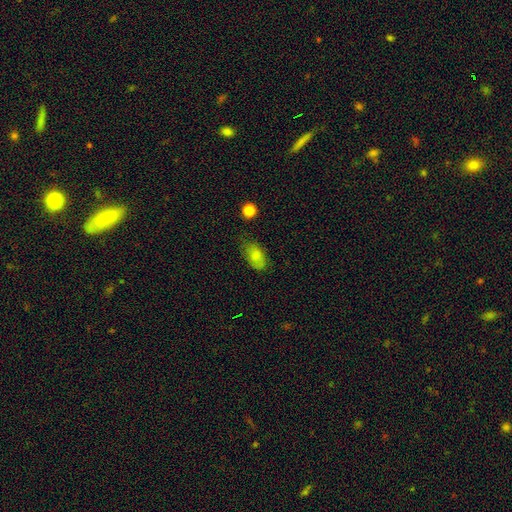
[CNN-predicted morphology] Q: Smooth or featured?
A: smooth (75%); runner-up: featured or disk (14%)
Q: How rounded?
A: in between (88%); runner-up: round (9%)
Q: Merging?
A: none (68%); runner-up: minor disturbance (24%)